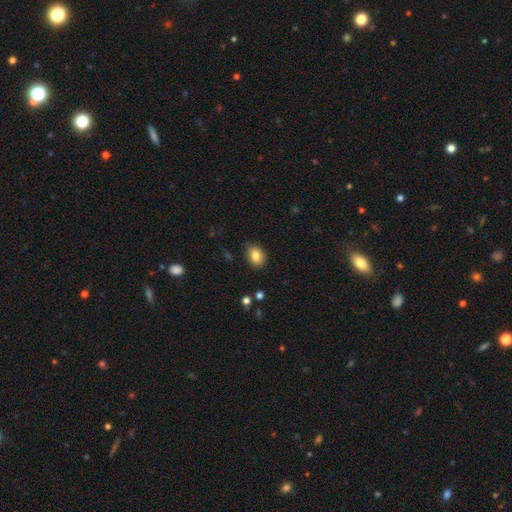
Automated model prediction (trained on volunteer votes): Q: Smooth or featured?
A: smooth (84%); runner-up: star or artifact (9%)
Q: How rounded?
A: in between (63%); runner-up: round (36%)
Q: Merging?
A: none (81%); runner-up: minor disturbance (14%)